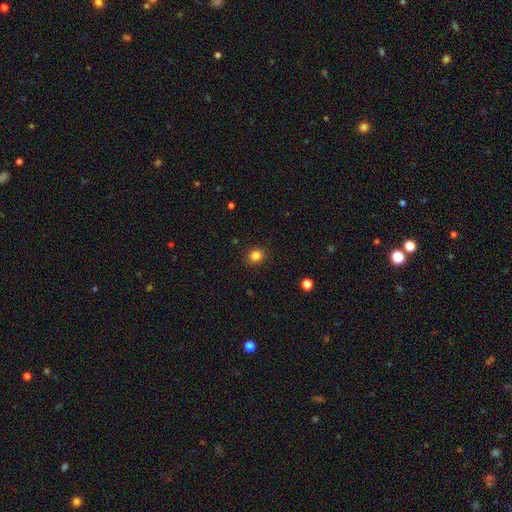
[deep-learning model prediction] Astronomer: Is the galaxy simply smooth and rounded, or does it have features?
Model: smooth — 84%.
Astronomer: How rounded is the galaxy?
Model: round — 80%.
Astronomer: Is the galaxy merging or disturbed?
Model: none — 91%.